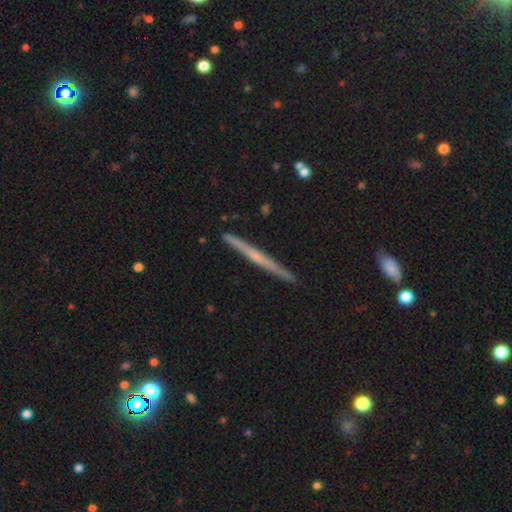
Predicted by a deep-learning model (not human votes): This is likely a featured or disk galaxy (66%). It is clearly viewed edge-on (98%). Edge-on bulge: possibly none (51%). Merging: clearly none (91%).